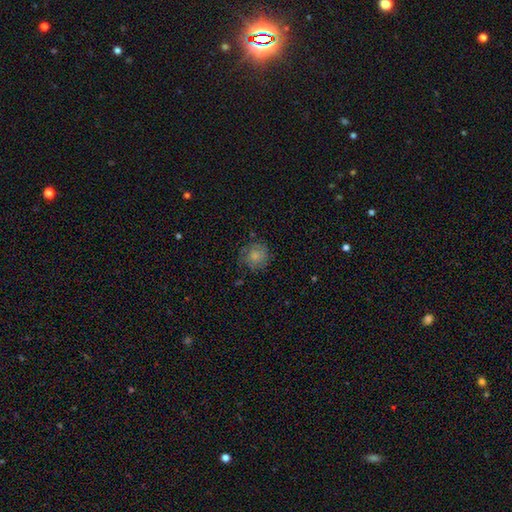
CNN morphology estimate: Smooth or featured? Predicted: smooth (p=0.71). How rounded? Predicted: round (p=0.89). Merging? Predicted: none (p=0.71).